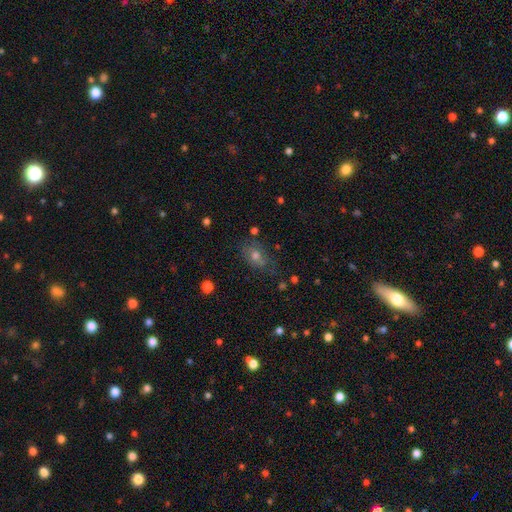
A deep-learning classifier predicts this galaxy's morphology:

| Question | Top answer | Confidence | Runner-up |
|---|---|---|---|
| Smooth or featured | smooth | 56% | featured or disk (23%) |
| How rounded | in between | 68% | round (29%) |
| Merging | none | 70% | minor disturbance (20%) |